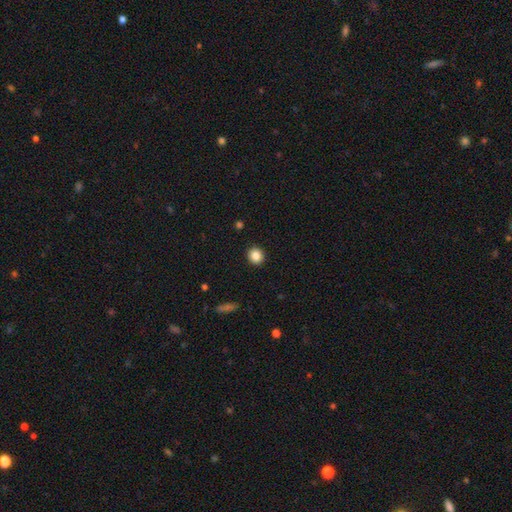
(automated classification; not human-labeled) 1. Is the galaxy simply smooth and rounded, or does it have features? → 85% smooth, 10% star or artifact, 5% featured or disk.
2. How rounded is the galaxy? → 86% round, 13% in between, 1% cigar-shaped.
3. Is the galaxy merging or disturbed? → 93% none, 5% minor disturbance, 2% major disturbance, 1% merger.